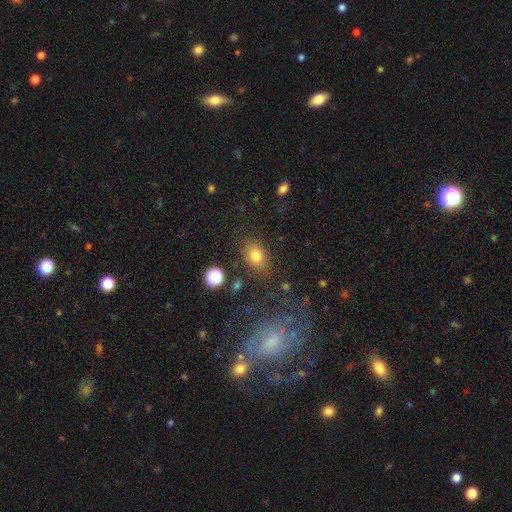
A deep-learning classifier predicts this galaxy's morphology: Overall: smooth (78%). How rounded: in between (69%; round 29%). Merging: none (77%).